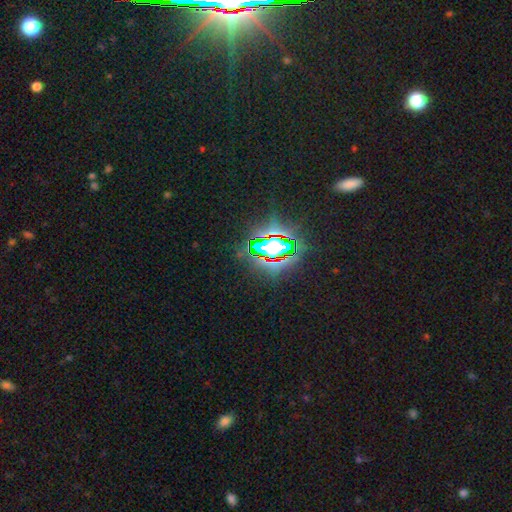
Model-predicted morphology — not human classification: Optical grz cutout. It shows a star or artifact, not a galaxy (83%).